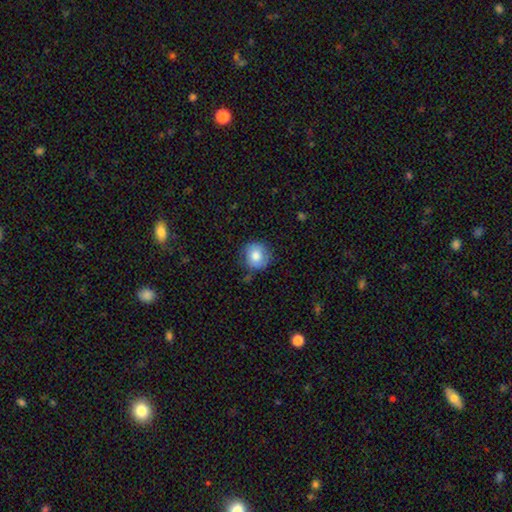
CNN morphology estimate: The model was most divided on "merging": none: 79%, minor disturbance: 16%, major disturbance: 4%, merger: 2%. More confident: how rounded — round (90%); smooth or featured — smooth (78%).